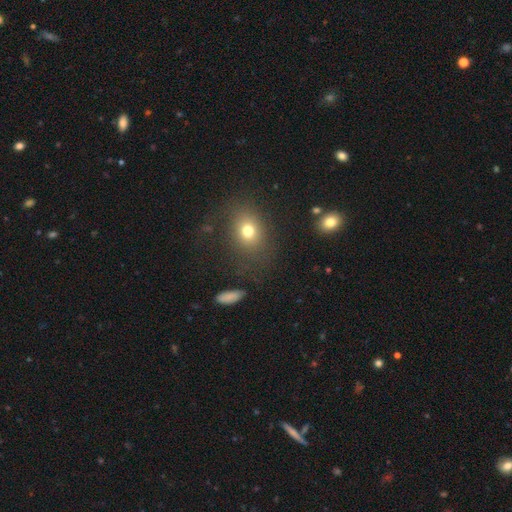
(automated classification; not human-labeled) Smooth or featured?
  - smooth: 61% *
  - star or artifact: 26%
  - featured or disk: 13%
How rounded?
  - in between: 54% *
  - round: 45%
  - cigar-shaped: 2%
Merging?
  - none: 77% *
  - minor disturbance: 12%
  - merger: 5%
  - major disturbance: 5%